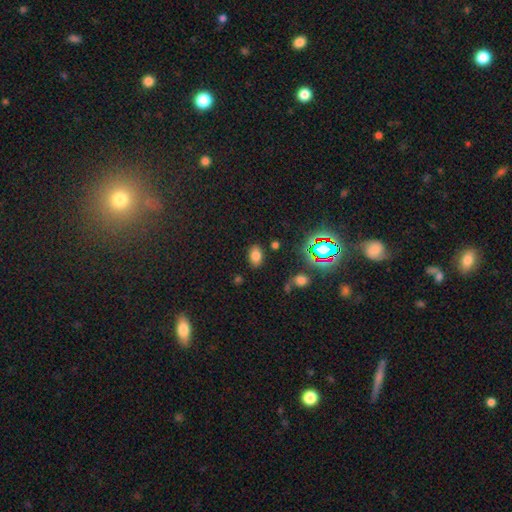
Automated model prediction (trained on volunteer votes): Smooth or featured?
  - smooth: 76% *
  - star or artifact: 17%
  - featured or disk: 7%
How rounded?
  - in between: 86% *
  - round: 12%
  - cigar-shaped: 2%
Merging?
  - none: 84% *
  - minor disturbance: 11%
  - major disturbance: 3%
  - merger: 2%